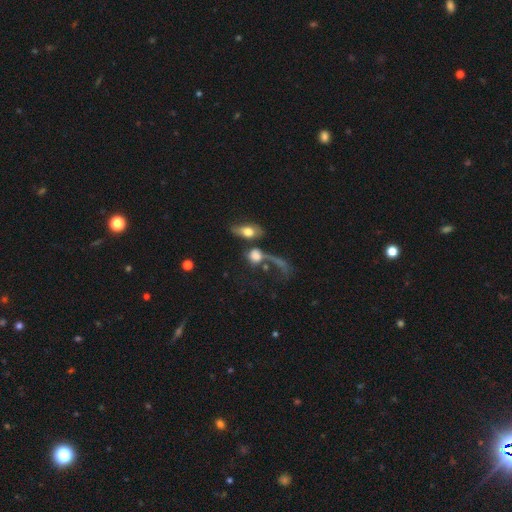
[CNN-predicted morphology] Smooth or featured: smooth — 60% (featured or disk — 29%)
How rounded: round — 54% (in between — 40%)
Merging: merger — 44% (major disturbance — 27%)